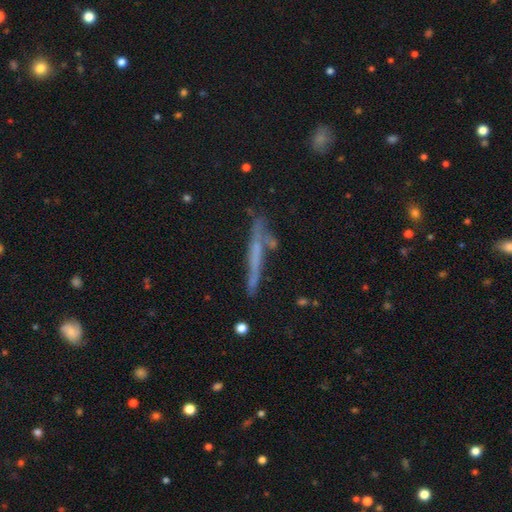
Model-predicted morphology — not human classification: Overall: featured or disk (51%; smooth 37%). Edge-on disk: yes (90%). Merging: none (73%).